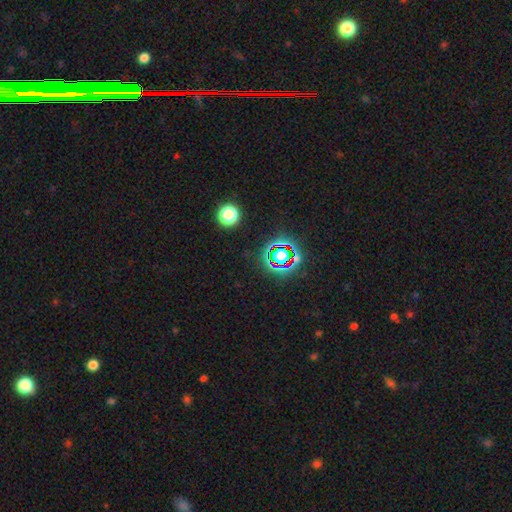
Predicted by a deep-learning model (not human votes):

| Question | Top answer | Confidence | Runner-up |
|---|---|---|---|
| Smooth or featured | star or artifact | 78% | smooth (14%) |